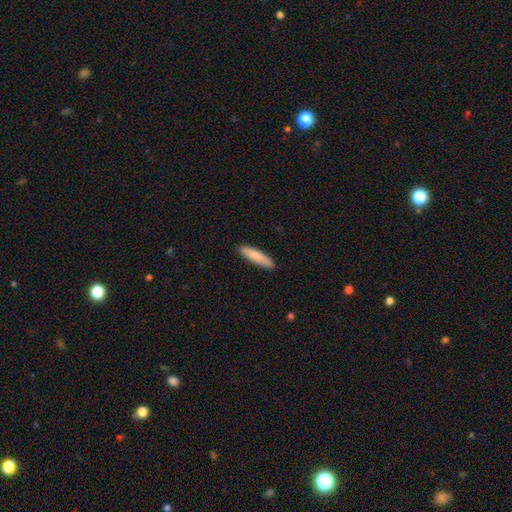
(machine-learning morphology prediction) smooth-or-featured: smooth: 84% | featured or disk: 11% | star or artifact: 5%
  how-rounded: cigar-shaped: 83% | in between: 16% | round: 1%
  merging: none: 89% | minor disturbance: 8% | major disturbance: 2% | merger: 1%